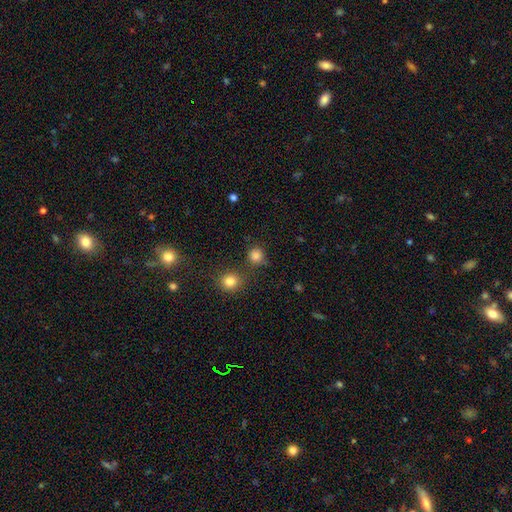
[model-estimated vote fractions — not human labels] Smooth or featured? smooth (82%)
How rounded? round (90%)
Merging? none (76%)